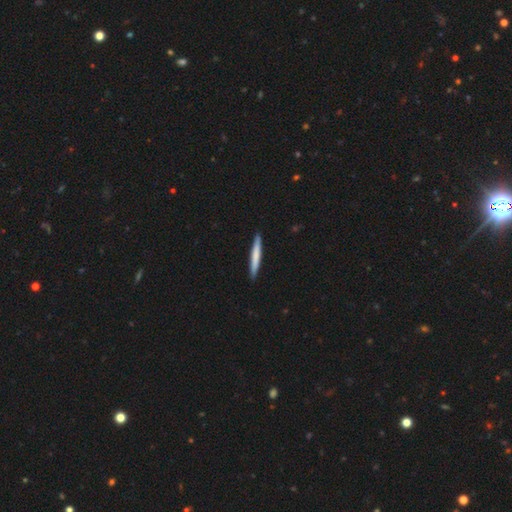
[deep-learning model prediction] Smooth or featured?
  - smooth: 69% *
  - featured or disk: 27%
  - star or artifact: 5%
How rounded?
  - cigar-shaped: 96% *
  - in between: 3%
  - round: 1%
Merging?
  - none: 91% *
  - minor disturbance: 6%
  - major disturbance: 1%
  - merger: 1%